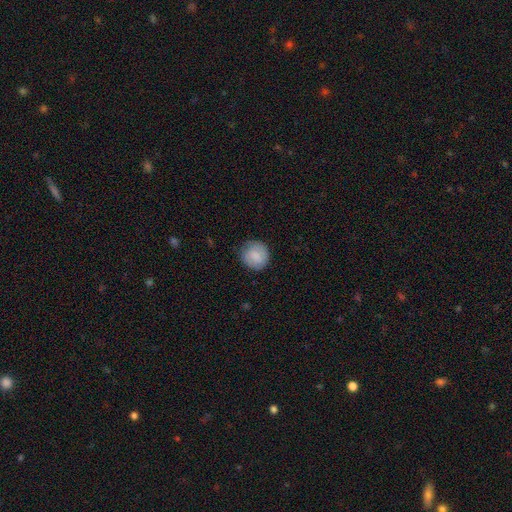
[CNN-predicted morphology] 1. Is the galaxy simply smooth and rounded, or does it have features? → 78% smooth, 16% featured or disk, 6% star or artifact.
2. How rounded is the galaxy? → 88% round, 11% in between, 1% cigar-shaped.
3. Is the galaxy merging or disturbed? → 83% none, 13% minor disturbance, 3% major disturbance, 1% merger.